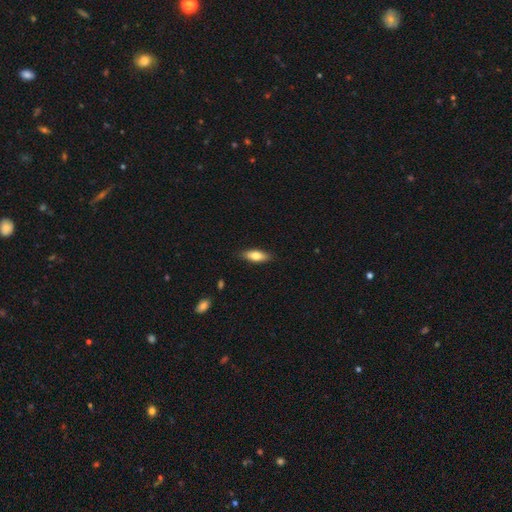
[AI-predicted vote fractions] smooth 75%, featured or disk 18%, star or artifact 6%. Down the decision tree: how rounded — in between (69%); merging — none (86%).